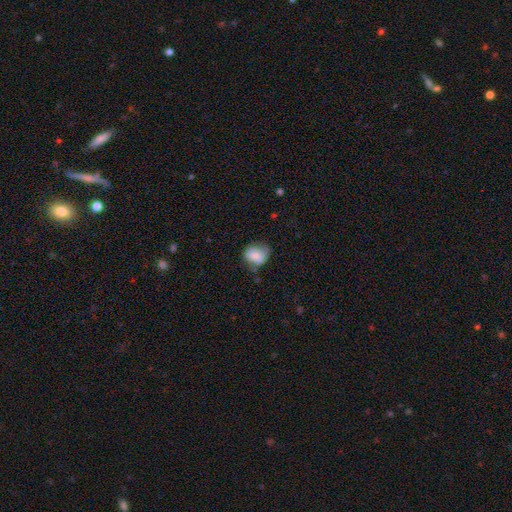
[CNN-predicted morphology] smooth-or-featured: smooth: 77% | featured or disk: 14% | star or artifact: 8%
  how-rounded: round: 56% | in between: 43% | cigar-shaped: 1%
  merging: none: 47% | minor disturbance: 36% | major disturbance: 13% | merger: 4%